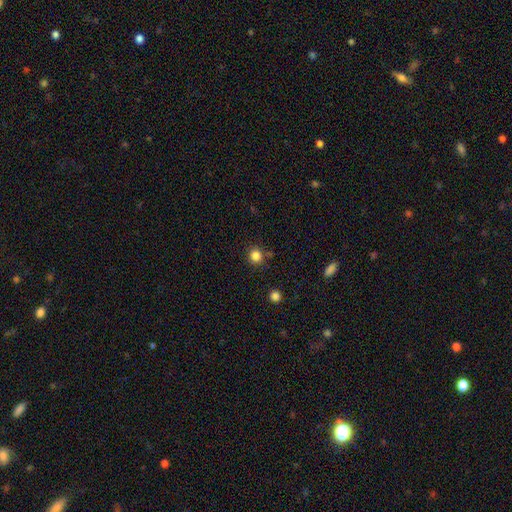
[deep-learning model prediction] The model was most divided on "smooth or featured": smooth: 84%, star or artifact: 12%, featured or disk: 4%. More confident: how rounded — round (90%); merging — none (83%).